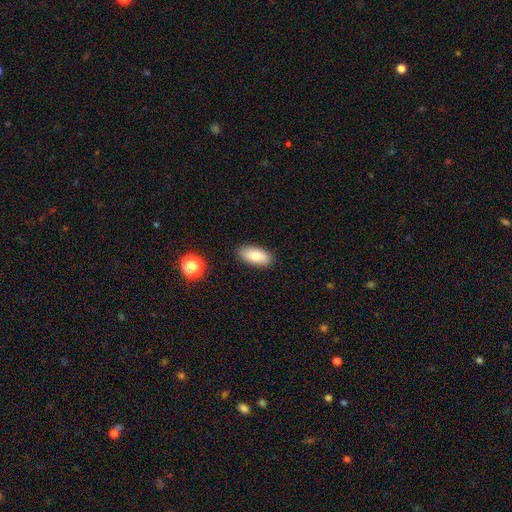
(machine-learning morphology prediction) The model was most divided on "smooth or featured": smooth: 81%, featured or disk: 12%, star or artifact: 8%. More confident: how rounded — in between (89%); merging — none (87%).